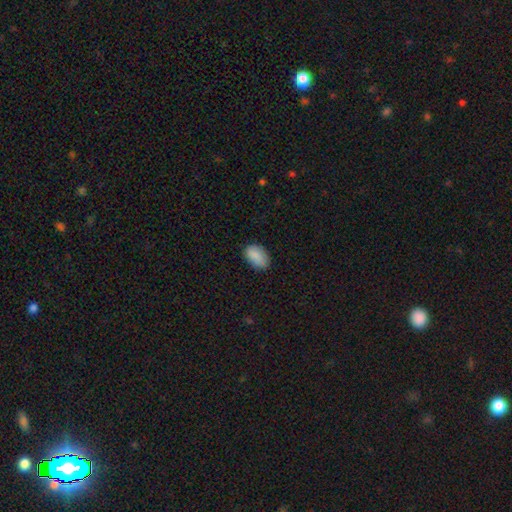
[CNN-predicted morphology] A smooth galaxy with no disk features (88%) that is in between round and cigar-shaped (90%). Merging: none (78%).